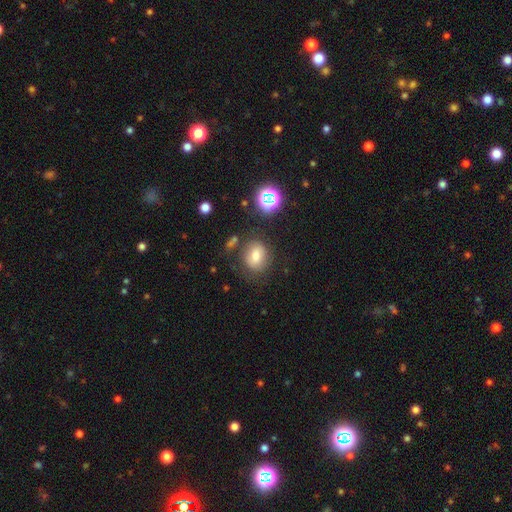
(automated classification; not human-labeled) This is likely a smooth galaxy (72%). How rounded: possibly round (56%). Merging: likely none (72%).